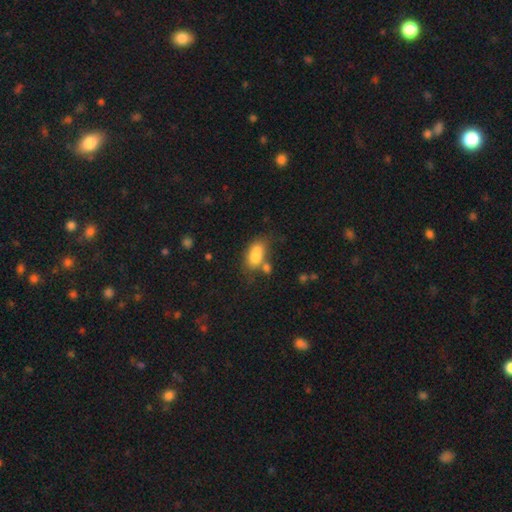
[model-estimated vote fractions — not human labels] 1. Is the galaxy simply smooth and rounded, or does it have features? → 73% smooth, 18% featured or disk, 9% star or artifact.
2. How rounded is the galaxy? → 82% in between, 14% round, 4% cigar-shaped.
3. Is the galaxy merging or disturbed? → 42% merger, 33% none, 17% minor disturbance, 9% major disturbance.